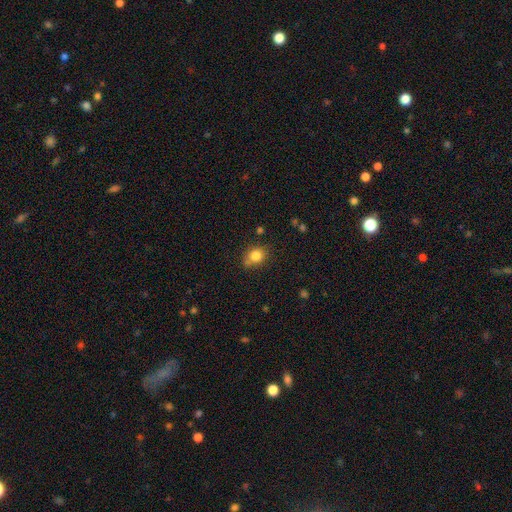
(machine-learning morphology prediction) Smooth or featured? smooth (82%)
How rounded? round (70%)
Merging? none (67%)